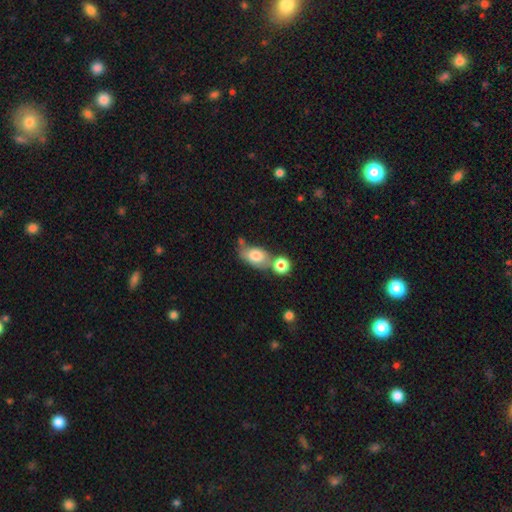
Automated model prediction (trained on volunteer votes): smooth_or_featured: smooth (p=0.75) [alt: featured or disk p=0.16]
how_rounded: in between (p=0.78) [alt: round p=0.20]
merging: none (p=0.43) [alt: merger p=0.32]